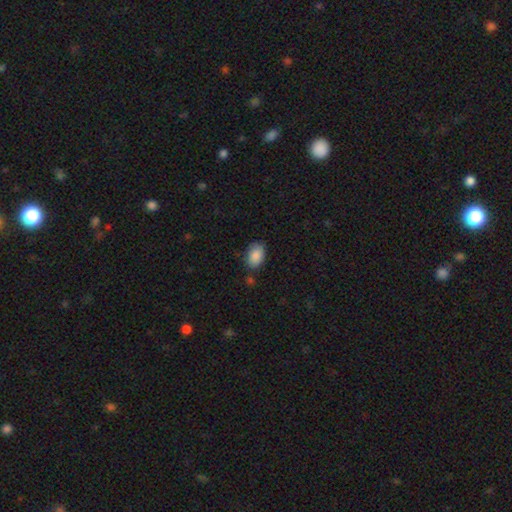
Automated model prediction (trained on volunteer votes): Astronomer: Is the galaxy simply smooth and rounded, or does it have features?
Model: smooth — 88%.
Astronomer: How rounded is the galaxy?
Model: in between — 90%.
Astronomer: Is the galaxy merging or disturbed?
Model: none — 75%.